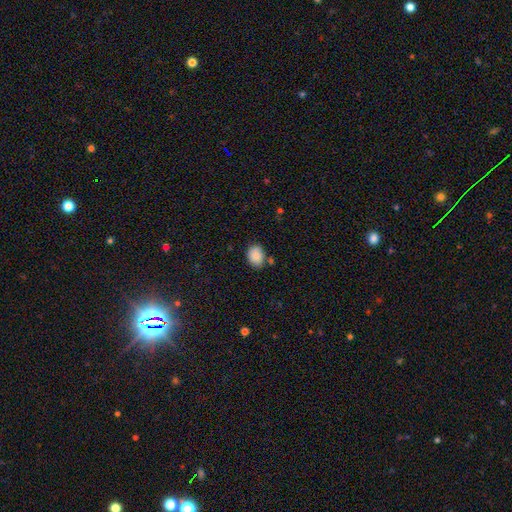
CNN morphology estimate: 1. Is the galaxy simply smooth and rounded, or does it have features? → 87% smooth, 8% star or artifact, 5% featured or disk.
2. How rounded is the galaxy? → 65% in between, 34% round, 1% cigar-shaped.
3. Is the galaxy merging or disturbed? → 72% none, 17% minor disturbance, 7% merger, 4% major disturbance.